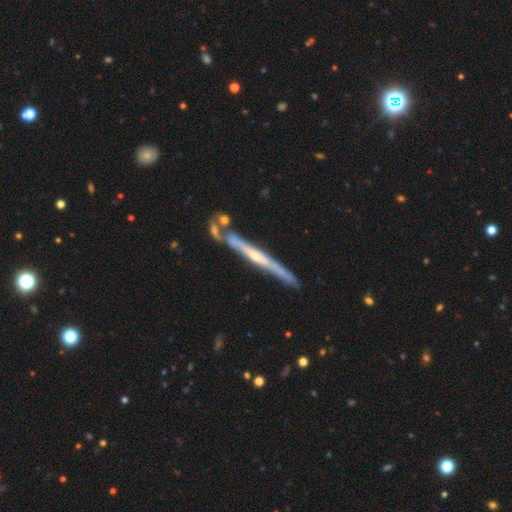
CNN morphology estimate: The model was most divided on "edge-on bulge": rounded: 58%, none: 37%, boxy: 5%. More confident: edge-on disk — yes (94%); smooth or featured — featured or disk (76%); merging — none (69%).